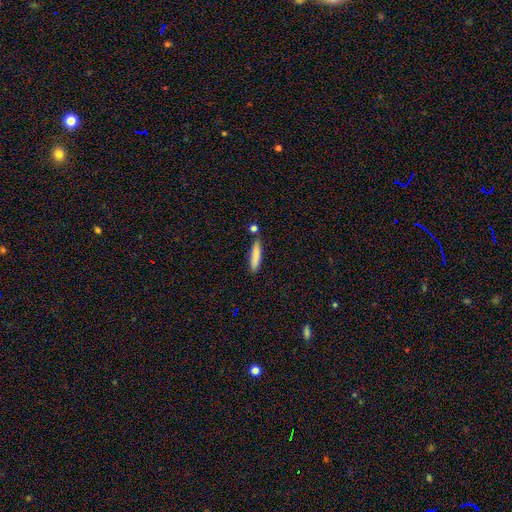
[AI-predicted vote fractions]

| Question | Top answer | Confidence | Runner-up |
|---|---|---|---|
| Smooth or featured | smooth | 82% | featured or disk (11%) |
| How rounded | cigar-shaped | 85% | in between (13%) |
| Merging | none | 72% | minor disturbance (15%) |